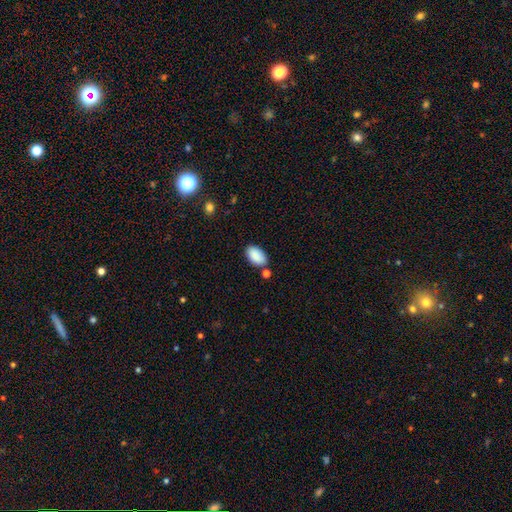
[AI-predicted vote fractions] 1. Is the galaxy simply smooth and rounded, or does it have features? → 90% smooth, 7% star or artifact, 4% featured or disk.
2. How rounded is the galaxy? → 95% in between, 4% round, 2% cigar-shaped.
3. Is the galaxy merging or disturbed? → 77% none, 13% minor disturbance, 8% merger, 3% major disturbance.